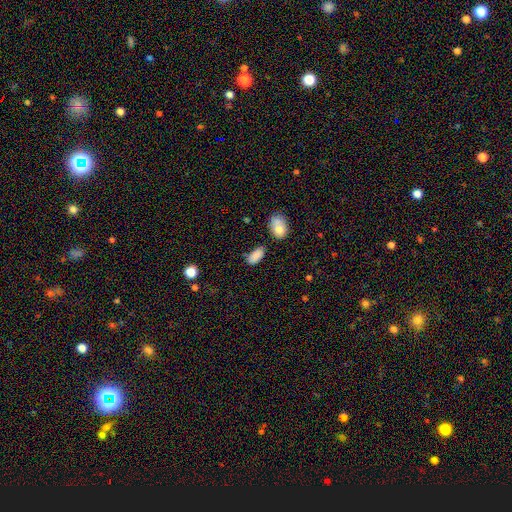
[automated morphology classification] A smooth galaxy with no disk features (86%) that is in between round and cigar-shaped (92%).

Vote fractions:
- Smooth or featured? smooth: 86% / star or artifact: 10% / featured or disk: 5%
- How rounded? in between: 92% / cigar-shaped: 4% / round: 4%
- Merging? none: 74% / minor disturbance: 16% / merger: 6% / major disturbance: 4%